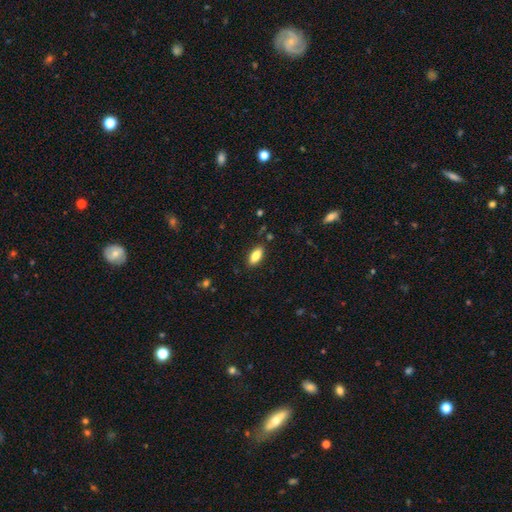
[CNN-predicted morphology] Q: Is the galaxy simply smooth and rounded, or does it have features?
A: smooth — 84%.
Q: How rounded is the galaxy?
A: in between — 85%.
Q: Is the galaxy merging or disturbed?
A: none — 86%.